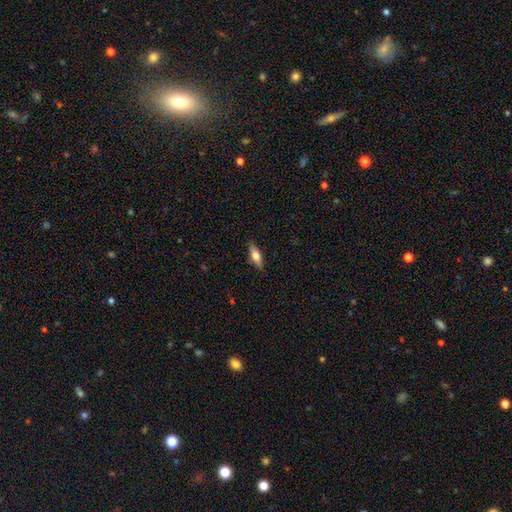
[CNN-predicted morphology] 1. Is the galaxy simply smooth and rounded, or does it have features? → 60% smooth, 34% featured or disk, 6% star or artifact.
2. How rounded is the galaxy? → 53% in between, 45% cigar-shaped, 3% round.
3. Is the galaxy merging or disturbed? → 87% none, 10% minor disturbance, 2% major disturbance, 1% merger.